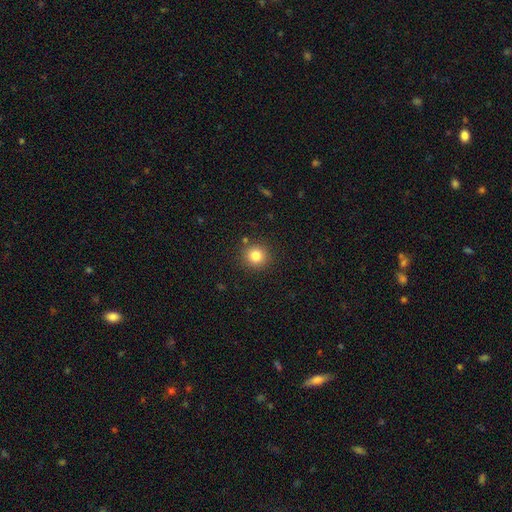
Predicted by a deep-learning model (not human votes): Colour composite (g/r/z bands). It shows a smooth galaxy with no disk features (81%) that is round (93%). Merging: none (88%).